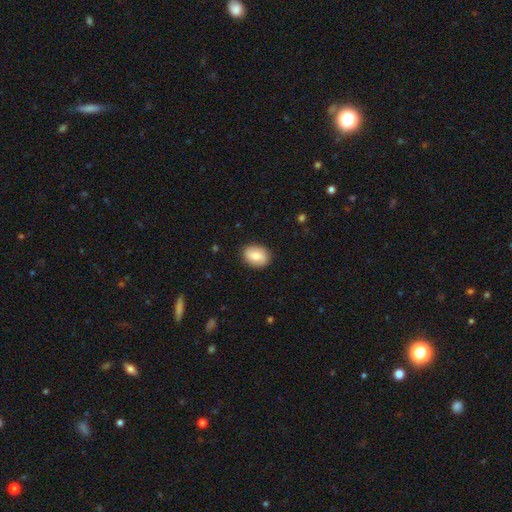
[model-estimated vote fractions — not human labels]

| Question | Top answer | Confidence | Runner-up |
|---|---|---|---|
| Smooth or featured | smooth | 73% | featured or disk (20%) |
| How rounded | in between | 65% | round (34%) |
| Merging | none | 88% | minor disturbance (9%) |